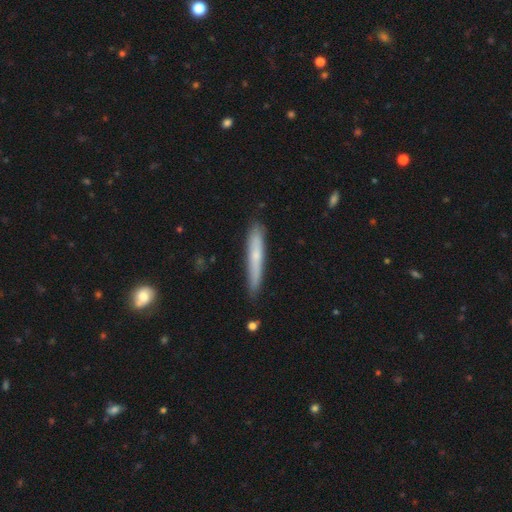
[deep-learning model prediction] Morphology: type=smooth (59%); roundness=cigar-shaped (95%); merging=none (83%).